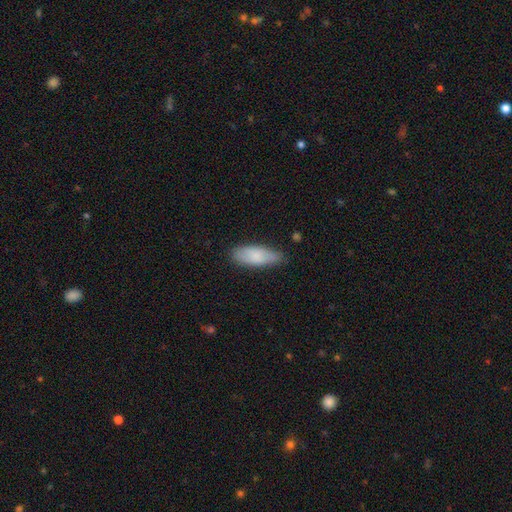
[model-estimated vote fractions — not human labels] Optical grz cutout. It shows a smooth galaxy with no disk features (83%) that is in between round and cigar-shaped (71%). Merging: none (75%).